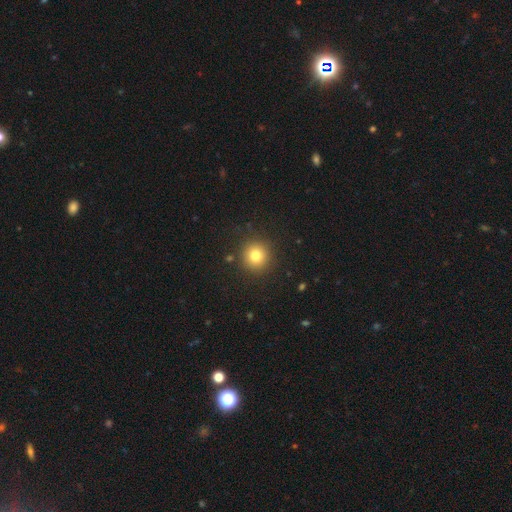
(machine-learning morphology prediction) Smooth or featured: smooth — 79% (star or artifact — 13%)
How rounded: round — 94% (in between — 5%)
Merging: none — 90% (minor disturbance — 6%)